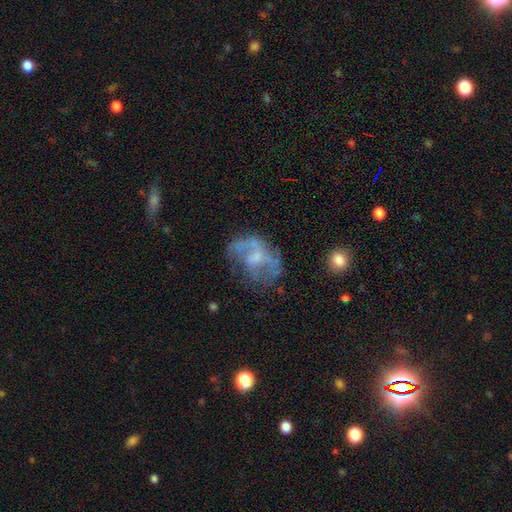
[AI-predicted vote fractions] featured or disk 68%, smooth 22%, star or artifact 10%. Down the decision tree: edge-on disk — no (97%); bar — no (61%); spiral arms — yes (56%); bulge size — small (38%); merging — none (44%).